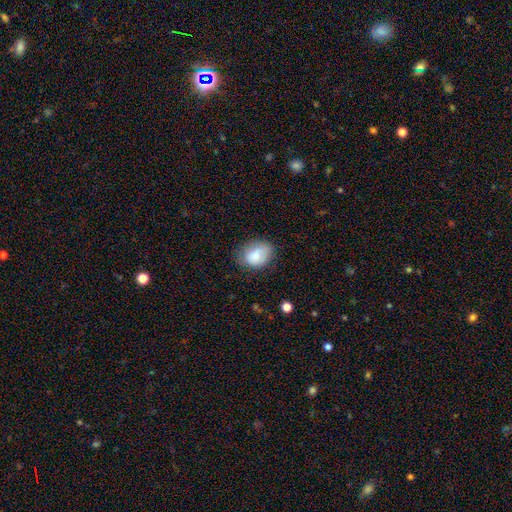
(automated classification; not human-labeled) This is likely a smooth galaxy (80%). How rounded: likely in between (61%). Merging: likely none (64%).